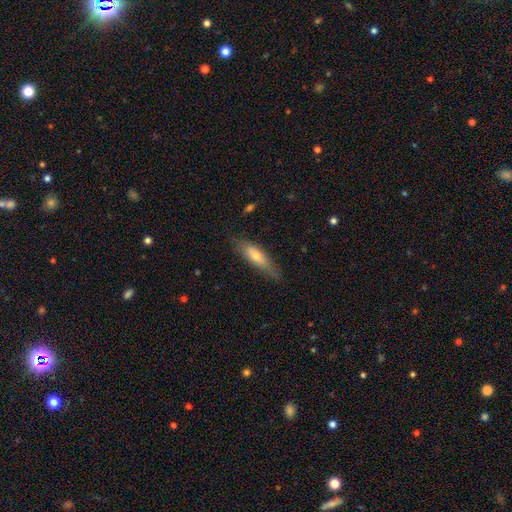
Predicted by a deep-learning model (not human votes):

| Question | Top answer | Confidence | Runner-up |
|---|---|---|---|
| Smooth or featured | smooth | 62% | featured or disk (31%) |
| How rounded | cigar-shaped | 60% | in between (38%) |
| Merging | none | 73% | minor disturbance (21%) |